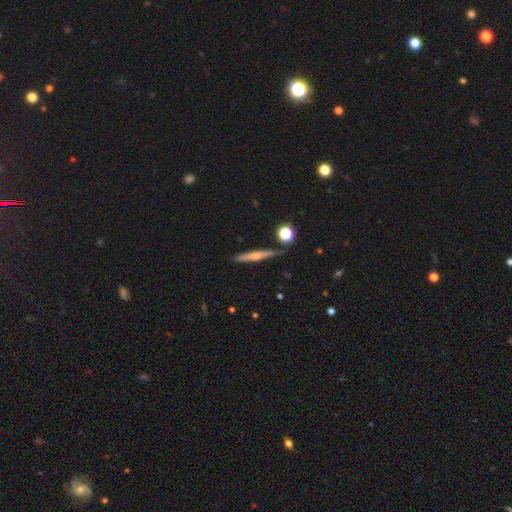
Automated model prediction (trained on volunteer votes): Overall: featured or disk (46%, tied with smooth). Merging: none (84%).